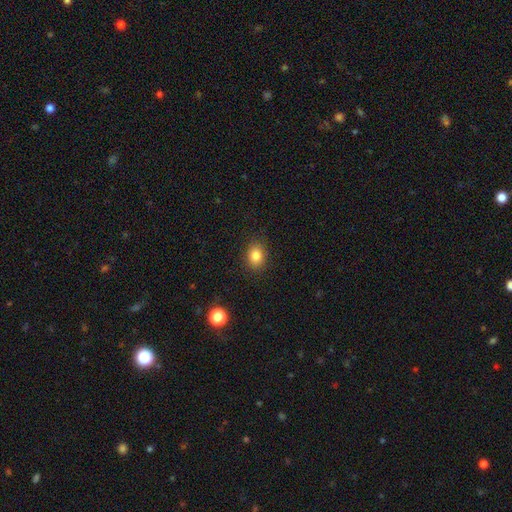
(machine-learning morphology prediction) Smooth or featured: smooth — 83% (star or artifact — 11%)
How rounded: in between — 52% (round — 47%)
Merging: none — 87% (minor disturbance — 9%)